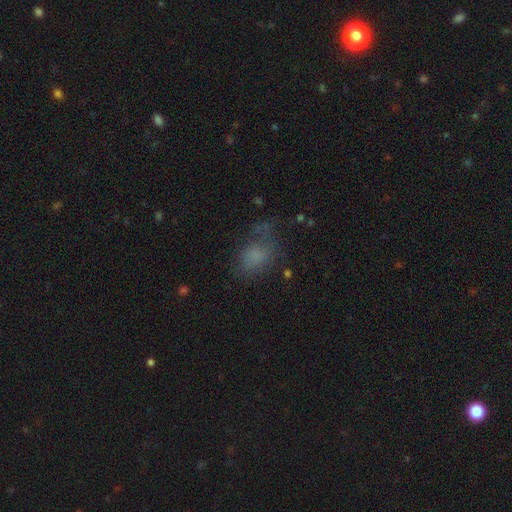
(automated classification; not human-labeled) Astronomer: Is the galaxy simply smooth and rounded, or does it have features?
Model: smooth — 70%.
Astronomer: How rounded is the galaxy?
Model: in between — 70%.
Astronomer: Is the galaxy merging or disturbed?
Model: none — 49% (runner-up: minor disturbance, 25%).